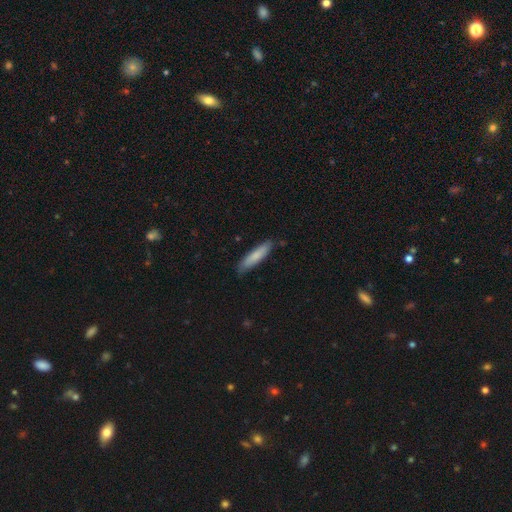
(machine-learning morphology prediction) This appears to be a smooth galaxy with no disk features (80%) that is cigar-shaped (81%). Merging: none (83%).